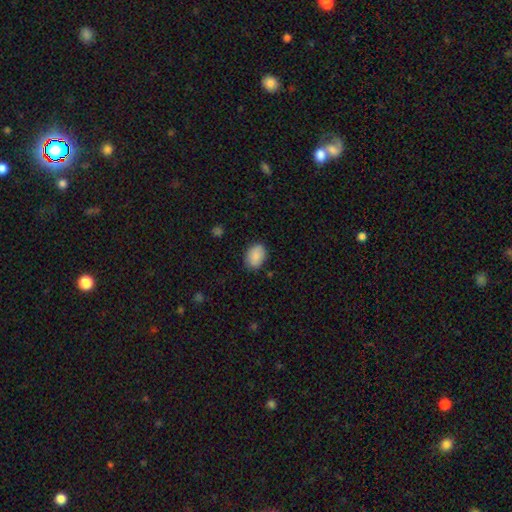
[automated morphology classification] smooth_or_featured: smooth (p=0.88) [alt: star or artifact p=0.07]
how_rounded: in between (p=0.81) [alt: round p=0.18]
merging: none (p=0.84) [alt: minor disturbance p=0.12]